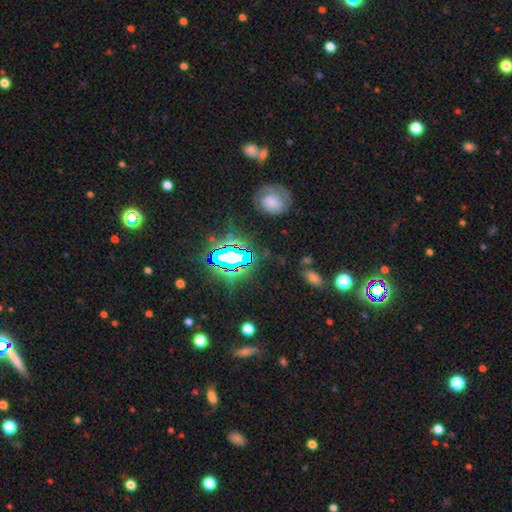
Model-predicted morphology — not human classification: Q: Smooth or featured?
A: star or artifact (73%); runner-up: smooth (15%)